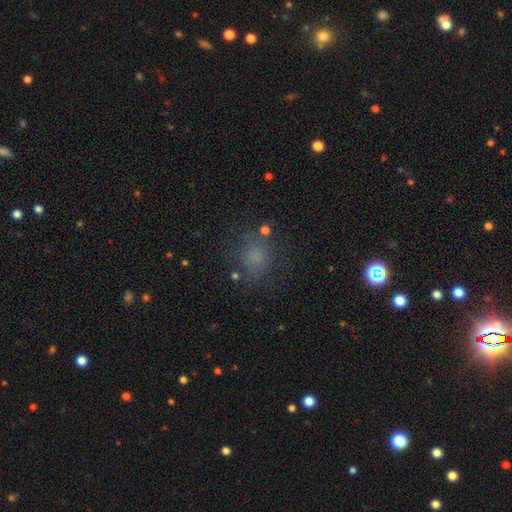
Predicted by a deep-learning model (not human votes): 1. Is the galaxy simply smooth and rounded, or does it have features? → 69% smooth, 21% star or artifact, 10% featured or disk.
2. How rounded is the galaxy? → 73% round, 25% in between, 1% cigar-shaped.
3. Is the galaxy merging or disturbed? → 74% none, 14% minor disturbance, 9% major disturbance, 3% merger.